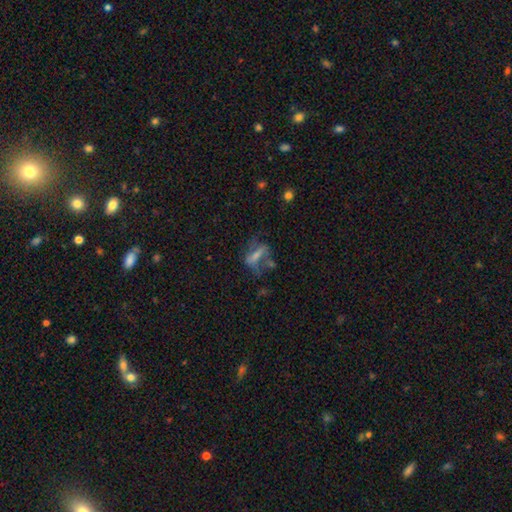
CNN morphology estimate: This appears to be a featured or disk galaxy (47%). Merging: none (37%).